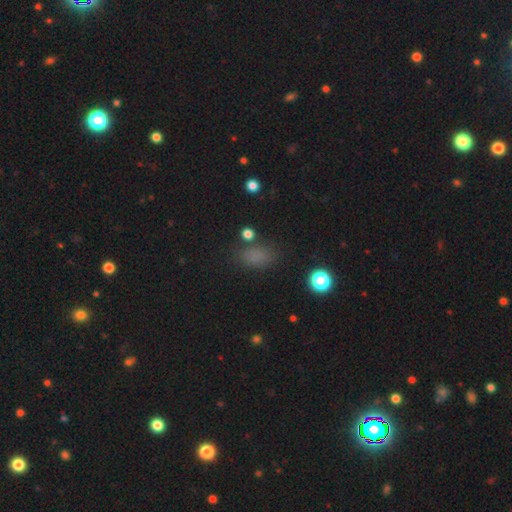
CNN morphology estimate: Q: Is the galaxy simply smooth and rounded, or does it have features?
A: smooth — 74%.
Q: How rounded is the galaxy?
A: in between — 81%.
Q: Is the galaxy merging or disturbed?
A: none — 75%.